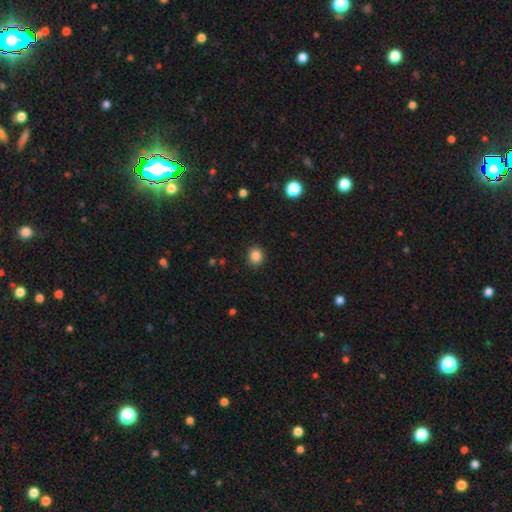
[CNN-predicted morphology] Smooth or featured? Predicted: smooth (p=0.86). How rounded? Predicted: round (p=0.74). Merging? Predicted: none (p=0.89).